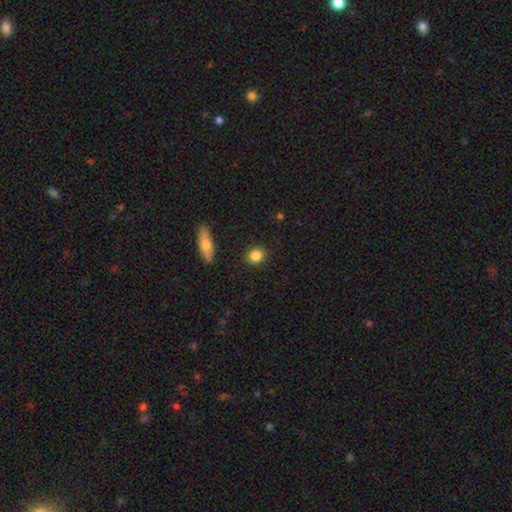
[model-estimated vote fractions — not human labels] The model was most divided on "how rounded": round: 68%, in between: 29%, cigar-shaped: 3%. More confident: merging — none (90%); smooth or featured — smooth (85%).